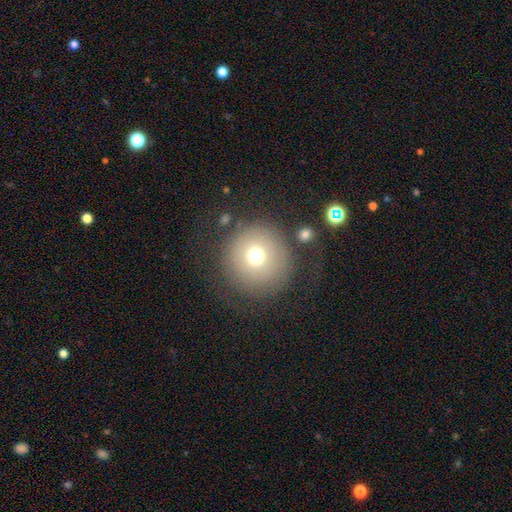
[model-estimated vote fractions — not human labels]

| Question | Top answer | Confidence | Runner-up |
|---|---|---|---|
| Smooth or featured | smooth | 71% | featured or disk (15%) |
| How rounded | round | 95% | in between (4%) |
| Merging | none | 77% | minor disturbance (11%) |